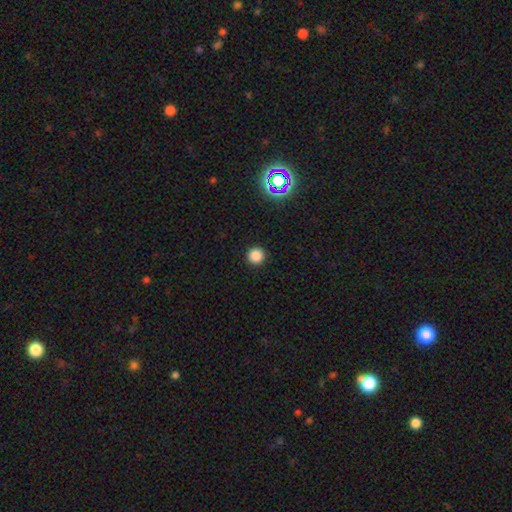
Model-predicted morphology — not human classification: type=smooth (84%); roundness=round (96%); merging=none (93%).